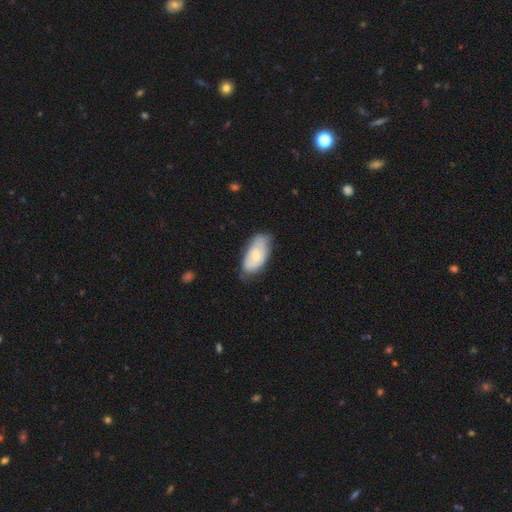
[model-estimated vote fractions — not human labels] A smooth galaxy with no disk features (63%) that is in between round and cigar-shaped (93%). Merging: none (55%).